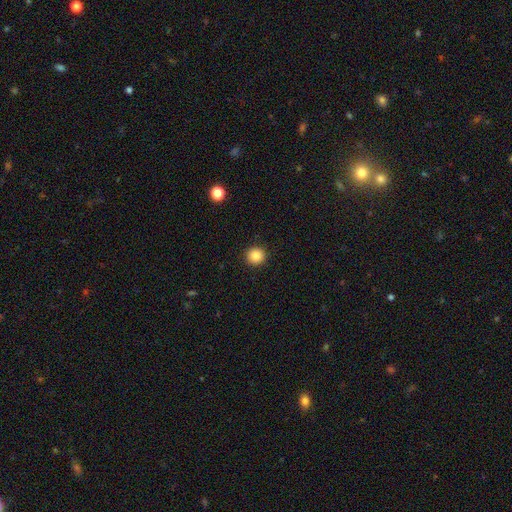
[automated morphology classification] Q: Smooth or featured?
A: smooth (86%); runner-up: star or artifact (10%)
Q: How rounded?
A: round (94%); runner-up: in between (5%)
Q: Merging?
A: none (92%); runner-up: minor disturbance (5%)